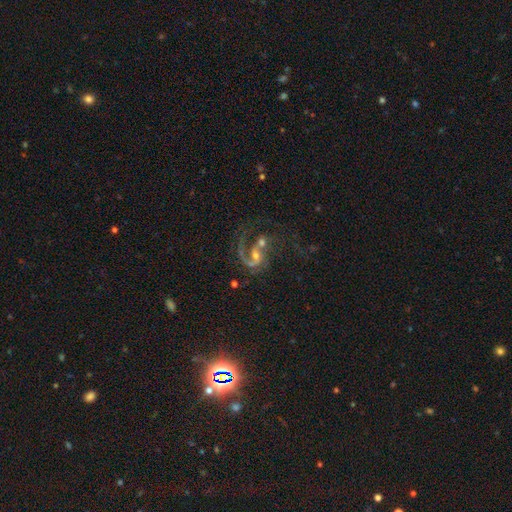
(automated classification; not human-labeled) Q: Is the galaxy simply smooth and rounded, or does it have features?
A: featured or disk — 80%.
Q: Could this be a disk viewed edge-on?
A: no — 98%.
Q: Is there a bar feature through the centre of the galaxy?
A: no — 55%.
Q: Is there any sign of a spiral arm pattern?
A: yes — 92%.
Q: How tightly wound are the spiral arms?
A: loose — 45%.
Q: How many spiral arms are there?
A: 1 — 49%.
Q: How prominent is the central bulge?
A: moderate — 48%.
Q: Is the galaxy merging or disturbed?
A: merger — 41%.